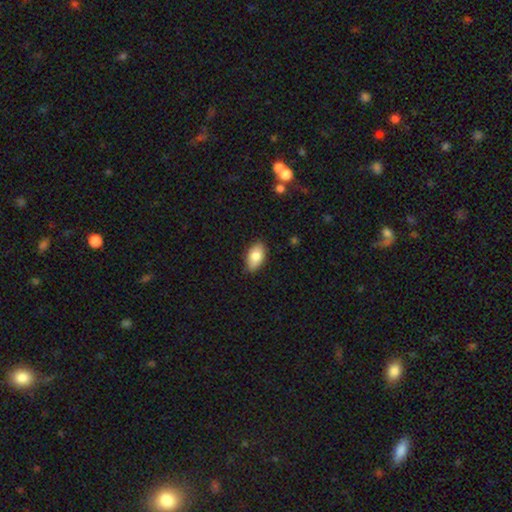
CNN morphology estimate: Overall: smooth (82%). How rounded: in between (93%). Merging: none (85%).